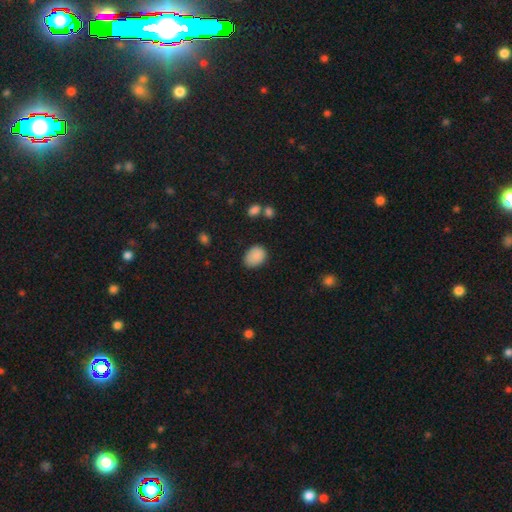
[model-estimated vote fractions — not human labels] Smooth or featured?
  - smooth: 86% *
  - star or artifact: 8%
  - featured or disk: 6%
How rounded?
  - in between: 66% *
  - round: 33%
  - cigar-shaped: 1%
Merging?
  - none: 73% *
  - minor disturbance: 21%
  - major disturbance: 4%
  - merger: 2%